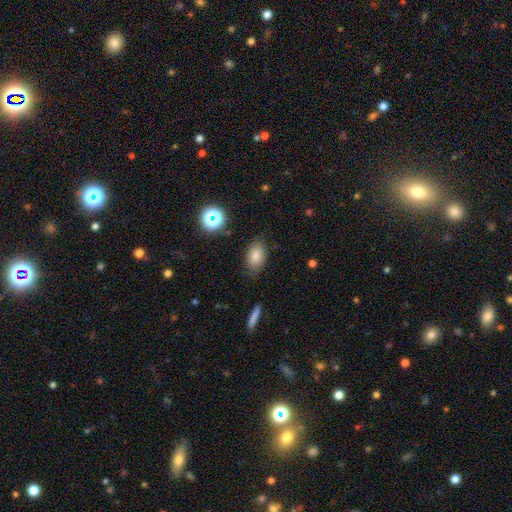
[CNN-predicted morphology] smooth-or-featured: smooth: 79% | star or artifact: 12% | featured or disk: 9%
  how-rounded: in between: 85% | round: 13% | cigar-shaped: 2%
  merging: none: 81% | minor disturbance: 13% | major disturbance: 4% | merger: 2%